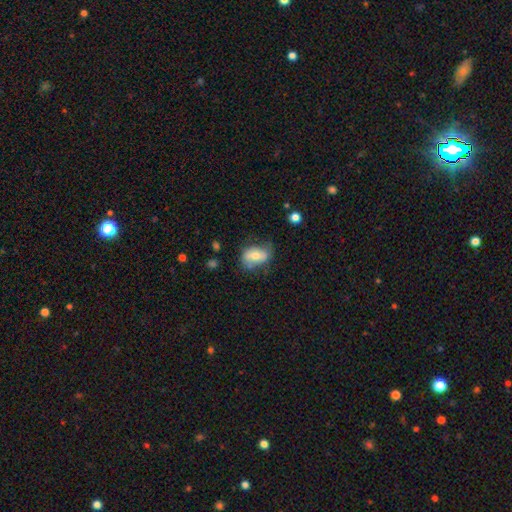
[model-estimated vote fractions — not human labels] Smooth or featured? Predicted: smooth (p=0.58). How rounded? Predicted: in between (p=0.81). Merging? Predicted: none (p=0.58).